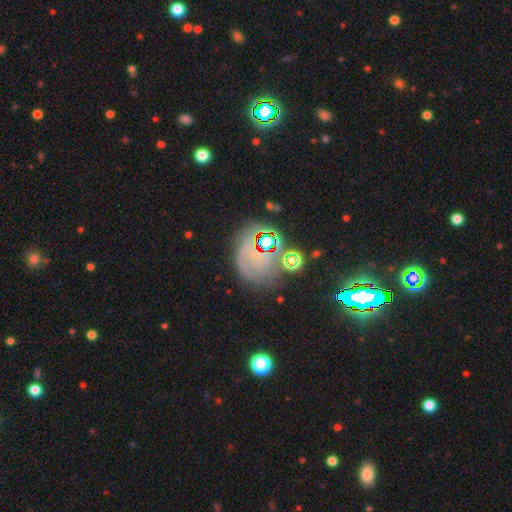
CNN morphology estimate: Smooth or featured? Predicted: featured or disk (p=0.43). Merging? Predicted: none (p=0.60).